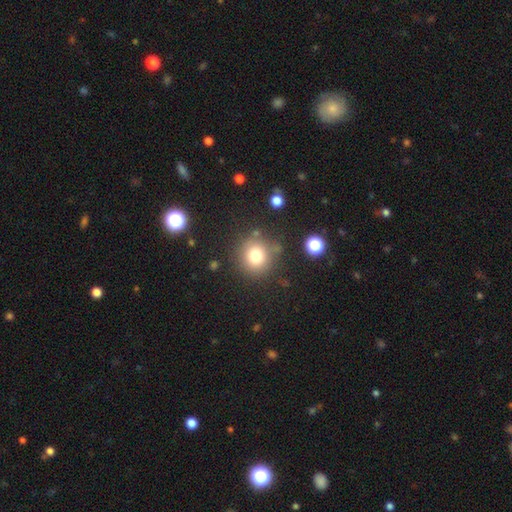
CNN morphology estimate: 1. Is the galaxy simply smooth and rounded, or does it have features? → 76% smooth, 14% star or artifact, 10% featured or disk.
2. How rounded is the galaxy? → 90% round, 9% in between, 1% cigar-shaped.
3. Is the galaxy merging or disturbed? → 80% none, 11% minor disturbance, 5% merger, 5% major disturbance.